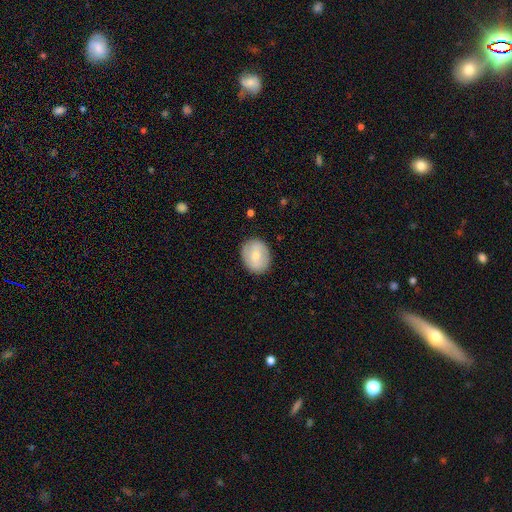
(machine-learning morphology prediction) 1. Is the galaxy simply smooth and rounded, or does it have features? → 67% smooth, 26% featured or disk, 7% star or artifact.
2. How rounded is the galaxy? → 50% in between, 49% round, 1% cigar-shaped.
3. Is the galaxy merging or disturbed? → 86% none, 10% minor disturbance, 3% major disturbance, 1% merger.